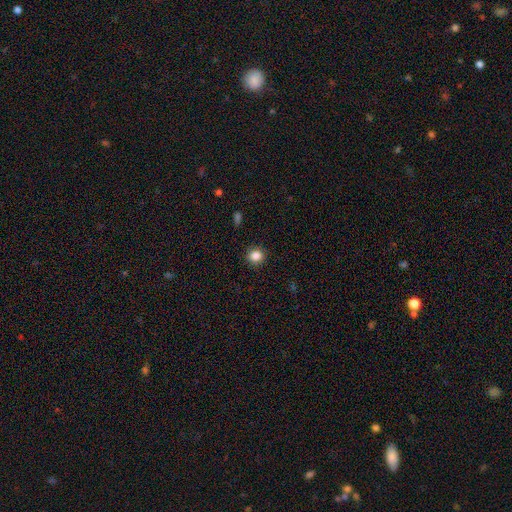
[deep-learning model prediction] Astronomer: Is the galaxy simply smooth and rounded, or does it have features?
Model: smooth — 85%.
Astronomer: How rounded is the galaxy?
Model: round — 89%.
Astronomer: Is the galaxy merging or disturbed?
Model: none — 90%.